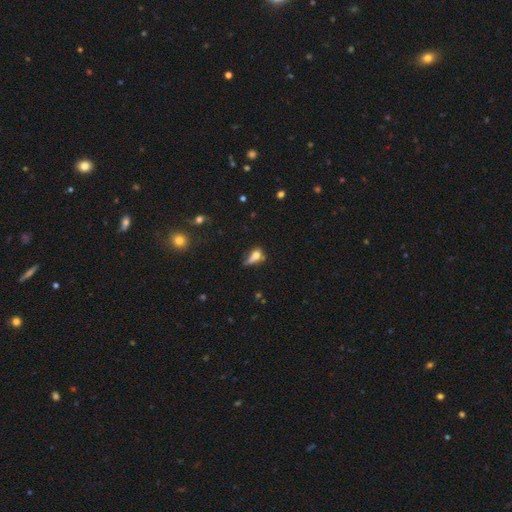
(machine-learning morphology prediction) type=smooth (60%); roundness=in between (63%); merging=none (31%).